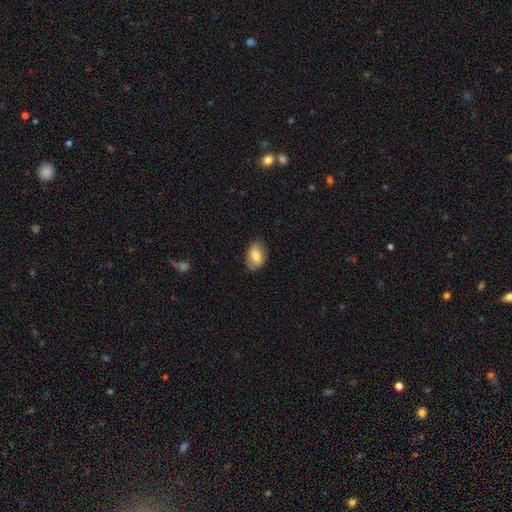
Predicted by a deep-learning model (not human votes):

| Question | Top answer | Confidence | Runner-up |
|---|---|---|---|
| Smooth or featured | smooth | 74% | featured or disk (19%) |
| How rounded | in between | 86% | round (12%) |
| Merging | none | 75% | minor disturbance (20%) |